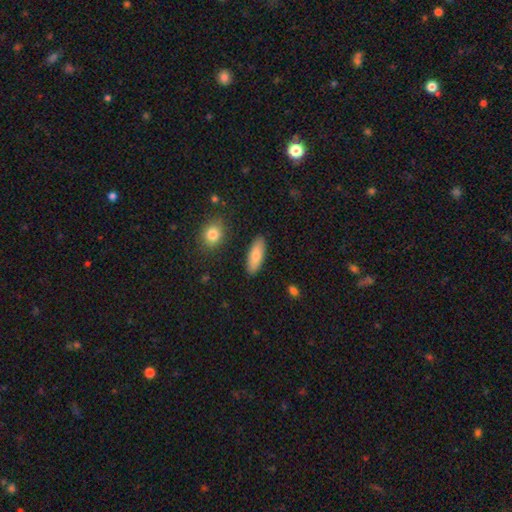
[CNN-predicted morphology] Smooth or featured? Predicted: smooth (p=0.79). How rounded? Predicted: in between (p=0.66). Merging? Predicted: none (p=0.88).